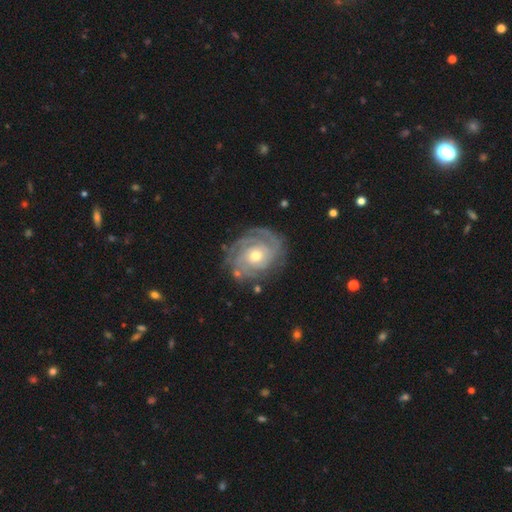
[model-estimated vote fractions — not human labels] A featured or disk galaxy (87%) with no bar (79%), tight (77%) spiral arms (96%) and a moderate central bulge (66%). Merging: none (78%).